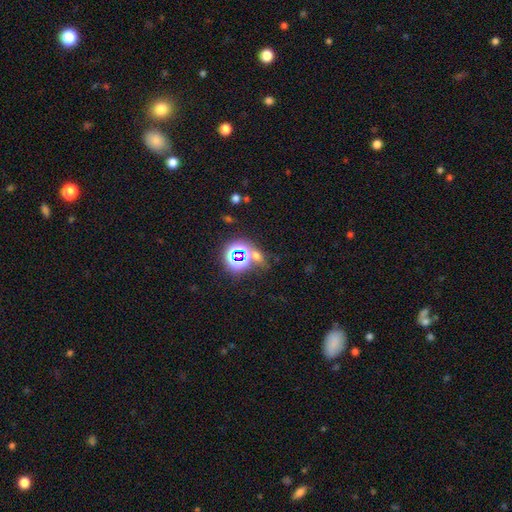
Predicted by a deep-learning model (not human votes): This appears to be a star or artifact, not a galaxy (57%).